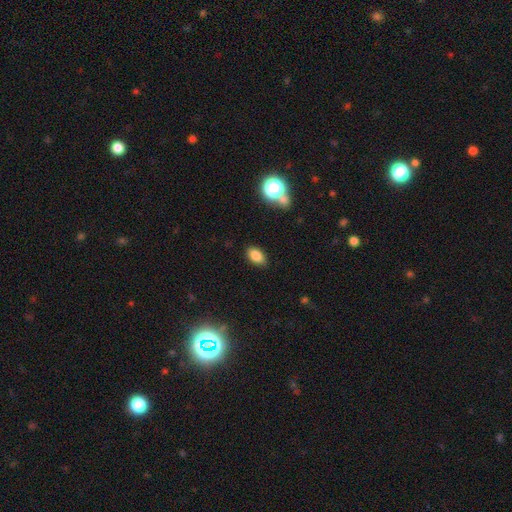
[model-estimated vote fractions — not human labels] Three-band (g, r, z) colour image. It shows a smooth galaxy with no disk features (83%) that is in between round and cigar-shaped (89%). Merging: none (84%).